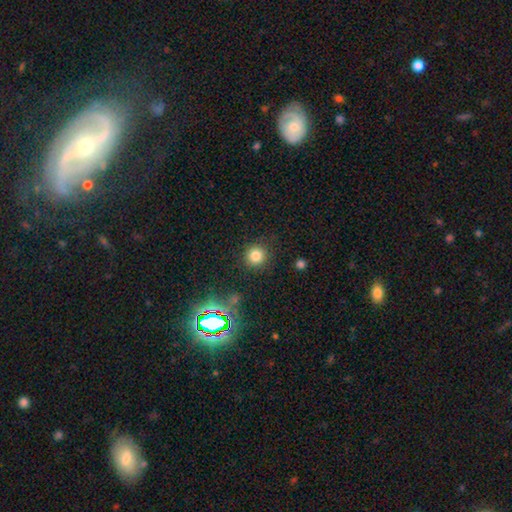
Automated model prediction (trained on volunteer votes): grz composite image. It shows a smooth galaxy with no disk features (79%) that is round (93%). Merging: none (88%).